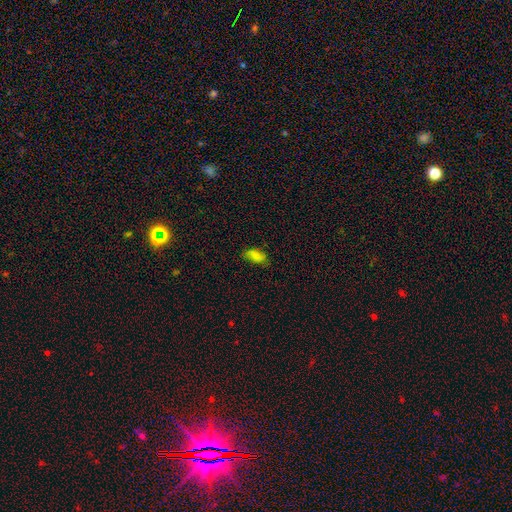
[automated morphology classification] smooth 79%, featured or disk 11%, star or artifact 10%. Down the decision tree: how rounded — in between (91%); merging — none (70%).